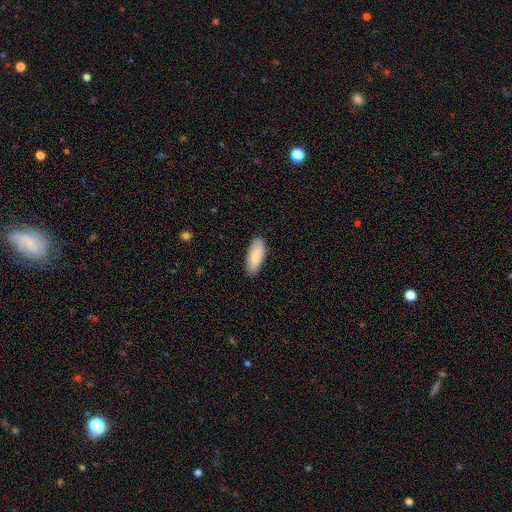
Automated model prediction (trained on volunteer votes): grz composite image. It shows a smooth galaxy with no disk features (84%) that is in between round and cigar-shaped (77%). Merging: none (88%).